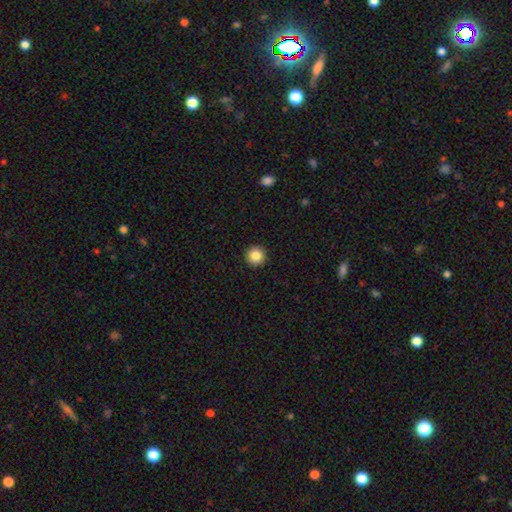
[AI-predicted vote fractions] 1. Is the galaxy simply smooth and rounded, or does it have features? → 85% smooth, 10% star or artifact, 5% featured or disk.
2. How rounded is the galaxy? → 96% round, 3% in between, 1% cigar-shaped.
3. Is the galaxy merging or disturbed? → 93% none, 5% minor disturbance, 1% major disturbance, 1% merger.